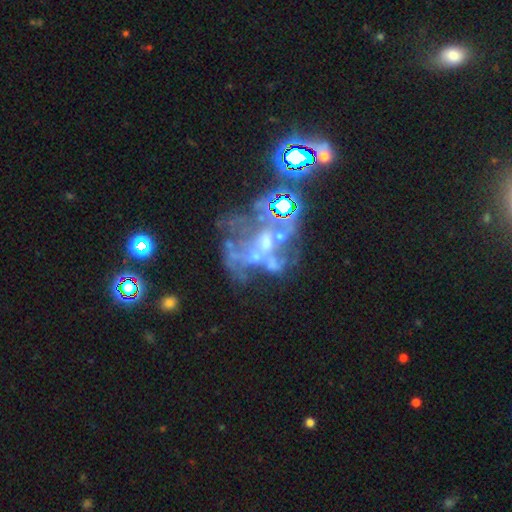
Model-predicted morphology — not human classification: Overall: featured or disk (61%; star or artifact 27%). Edge-on disk: no (97%). Bar: no (82%). Spiral arms: no (80%). Bulge size: none (43%; small 27%). Merging: none (31%; major disturbance 30%).